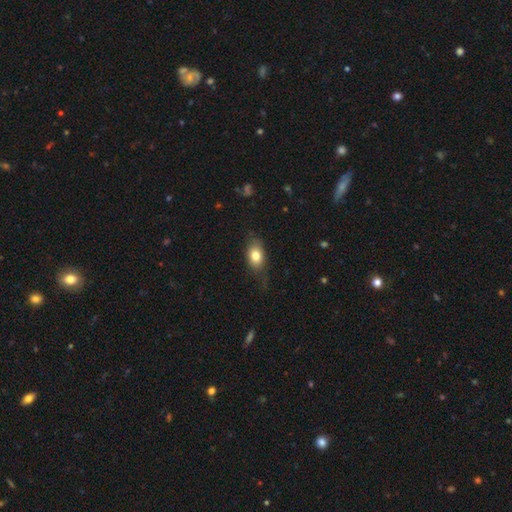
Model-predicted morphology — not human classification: This appears to be a smooth galaxy with no disk features (78%) that is in between round and cigar-shaped (82%). Merging: none (64%).